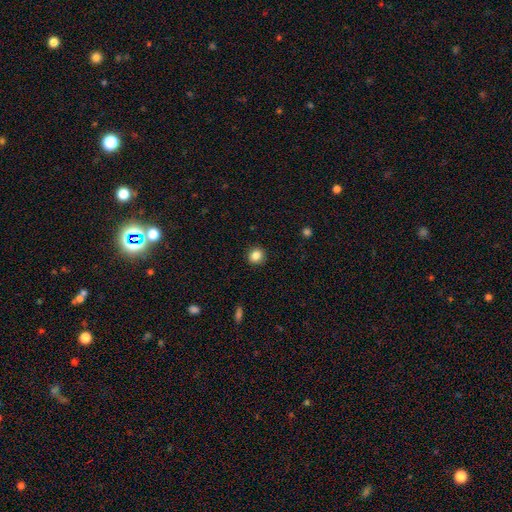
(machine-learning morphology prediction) Q: Smooth or featured?
A: smooth (85%); runner-up: star or artifact (10%)
Q: How rounded?
A: round (85%); runner-up: in between (15%)
Q: Merging?
A: none (91%); runner-up: minor disturbance (6%)